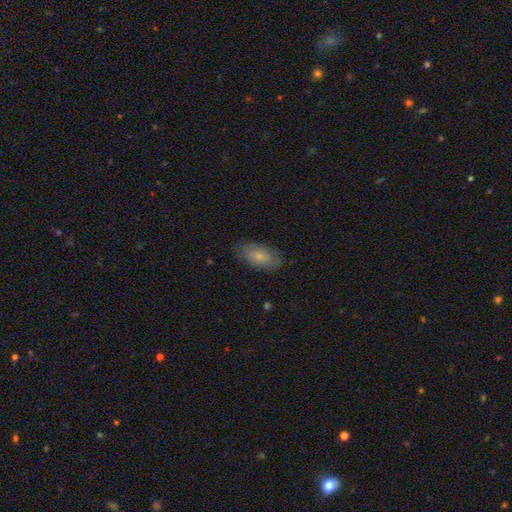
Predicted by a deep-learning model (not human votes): Smooth or featured?
  - smooth: 63% *
  - featured or disk: 26%
  - star or artifact: 12%
How rounded?
  - in between: 90% *
  - cigar-shaped: 6%
  - round: 4%
Merging?
  - none: 83% *
  - minor disturbance: 13%
  - major disturbance: 3%
  - merger: 1%